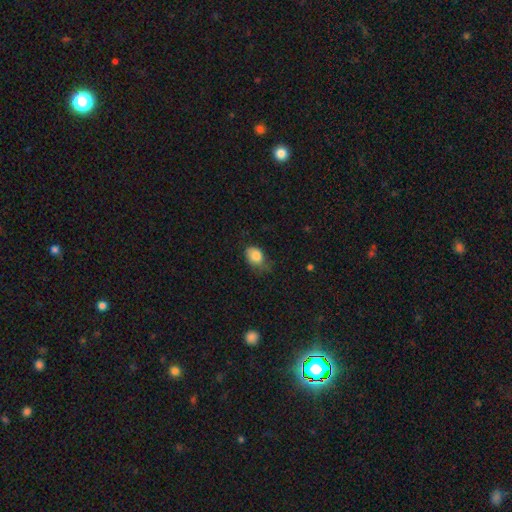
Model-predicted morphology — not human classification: Q: Smooth or featured?
A: smooth (83%); runner-up: featured or disk (8%)
Q: How rounded?
A: in between (71%); runner-up: round (28%)
Q: Merging?
A: none (41%); tied with: minor disturbance (41%)